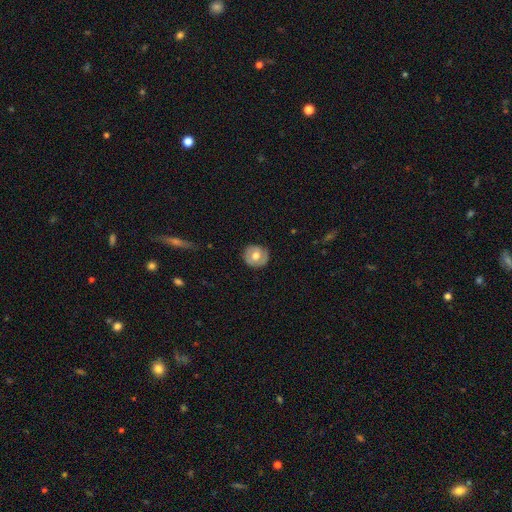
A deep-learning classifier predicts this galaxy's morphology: smooth-or-featured: smooth: 59% | featured or disk: 34% | star or artifact: 7%
  how-rounded: round: 88% | in between: 11% | cigar-shaped: 1%
  merging: none: 85% | minor disturbance: 11% | major disturbance: 2% | merger: 1%